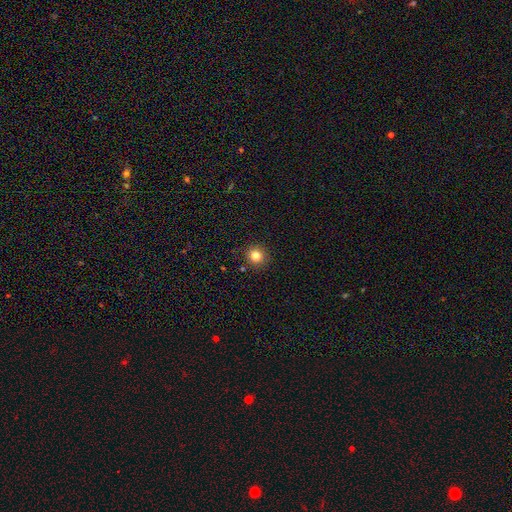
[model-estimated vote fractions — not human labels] This is clearly a smooth galaxy (81%). How rounded: clearly round (93%). Merging: clearly none (91%).